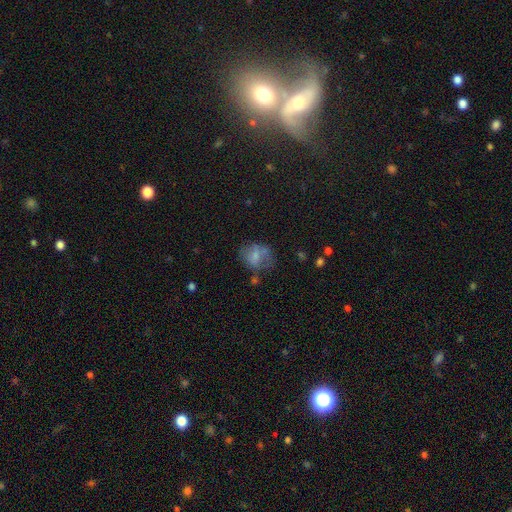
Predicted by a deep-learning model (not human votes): Overall: smooth (59%; featured or disk 31%). How rounded: in between (57%; round 42%). Merging: none (44%; minor disturbance 25%).